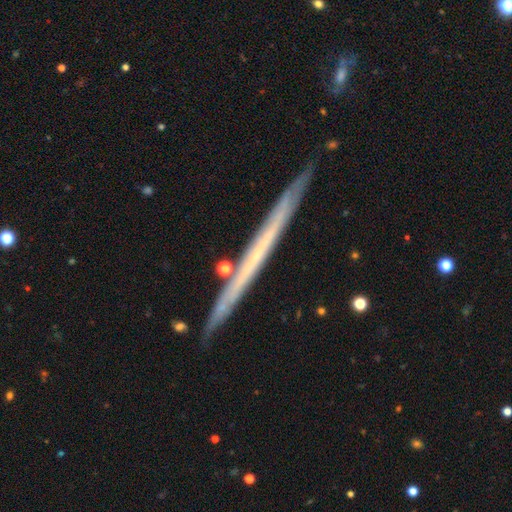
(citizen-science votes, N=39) Volunteers were most divided on "smooth or featured": featured or disk: 62%, smooth: 38%, star or artifact: 0%. More confident: edge-on disk — yes (100%); edge-on bulge — none (92%); merging — none (67%).